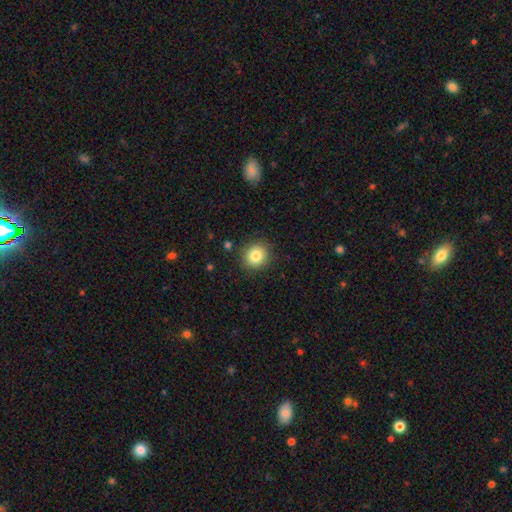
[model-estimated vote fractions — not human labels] Smooth or featured?
  - smooth: 83% *
  - star or artifact: 10%
  - featured or disk: 7%
How rounded?
  - round: 84% *
  - in between: 15%
  - cigar-shaped: 1%
Merging?
  - none: 88% *
  - minor disturbance: 8%
  - major disturbance: 2%
  - merger: 1%